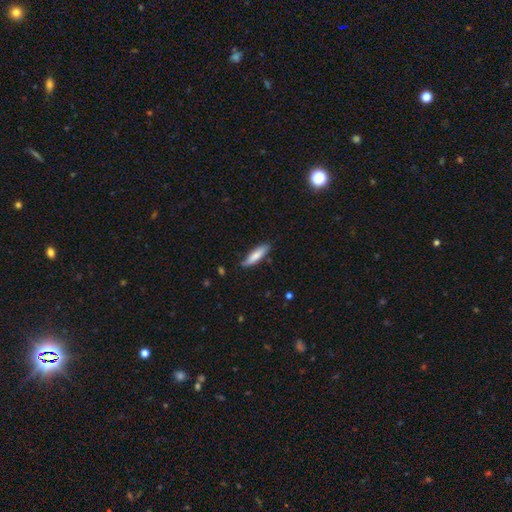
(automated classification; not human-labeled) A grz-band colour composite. It shows a smooth galaxy with no disk features (79%) that is cigar-shaped (69%). Merging: none (77%).